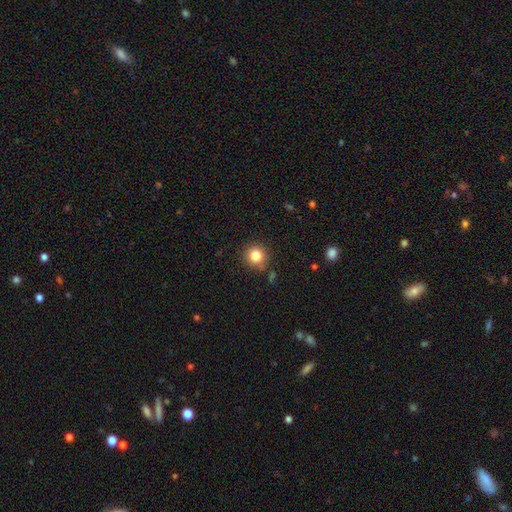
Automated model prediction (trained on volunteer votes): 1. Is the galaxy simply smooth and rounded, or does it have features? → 83% smooth, 11% star or artifact, 5% featured or disk.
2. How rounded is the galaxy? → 93% round, 7% in between, 1% cigar-shaped.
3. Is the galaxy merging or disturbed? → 84% none, 10% minor disturbance, 3% major disturbance, 3% merger.